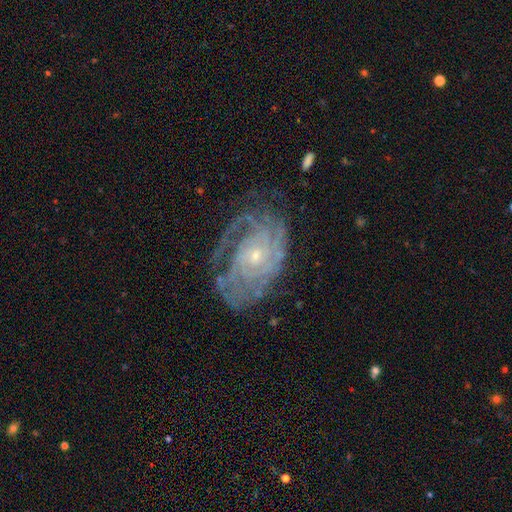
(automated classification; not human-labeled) A featured or disk galaxy (87%) with no bar (77%), tight (71%) spiral arms (96%) and a small central bulge (70%). Merging: none (66%).